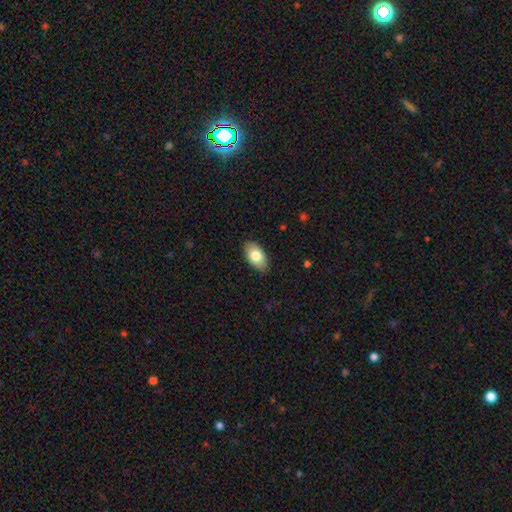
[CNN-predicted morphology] Overall: smooth (78%). How rounded: in between (94%). Merging: none (86%).